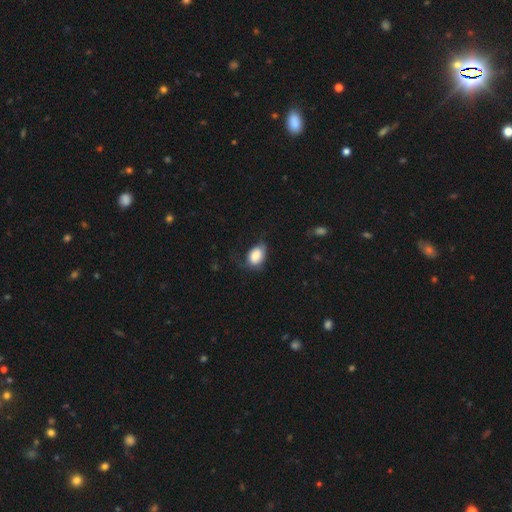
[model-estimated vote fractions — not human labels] smooth 82%, featured or disk 10%, star or artifact 7%. Down the decision tree: how rounded — in between (76%); merging — none (47%).